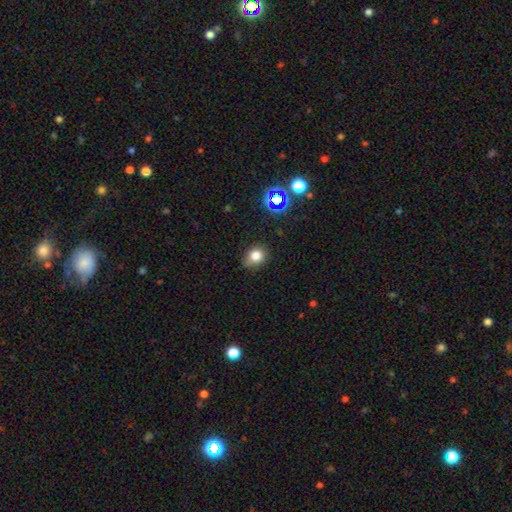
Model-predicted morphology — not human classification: smooth 78%, star or artifact 15%, featured or disk 7%. Down the decision tree: how rounded — round (57%); merging — none (73%).